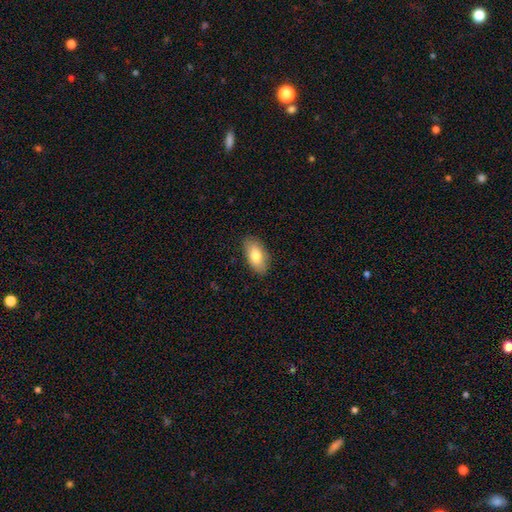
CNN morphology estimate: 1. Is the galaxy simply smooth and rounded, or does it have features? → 79% smooth, 15% featured or disk, 6% star or artifact.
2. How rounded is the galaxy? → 92% in between, 5% cigar-shaped, 3% round.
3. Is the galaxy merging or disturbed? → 86% none, 11% minor disturbance, 2% major disturbance, 1% merger.